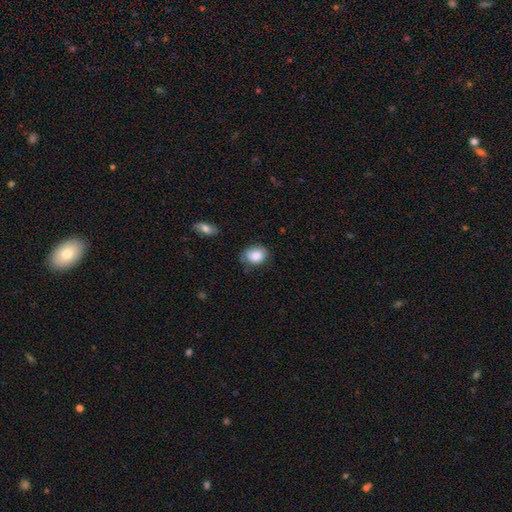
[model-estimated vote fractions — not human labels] This is clearly a smooth galaxy (85%). How rounded: possibly in between (57%). Merging: likely none (65%).